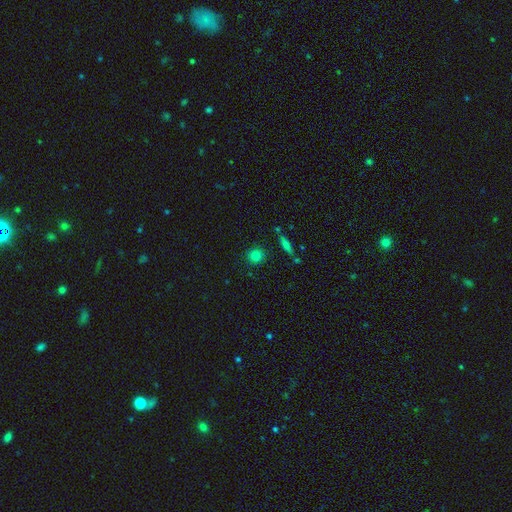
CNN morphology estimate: Smooth or featured?
  - smooth: 80% *
  - star or artifact: 13%
  - featured or disk: 7%
How rounded?
  - round: 88% *
  - in between: 10%
  - cigar-shaped: 2%
Merging?
  - none: 86% *
  - minor disturbance: 8%
  - merger: 3%
  - major disturbance: 2%